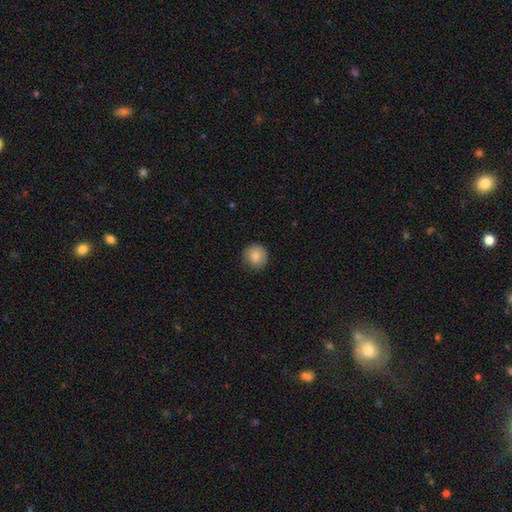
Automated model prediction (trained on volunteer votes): A smooth galaxy with no disk features (85%) that is round (94%). Merging: none (88%).